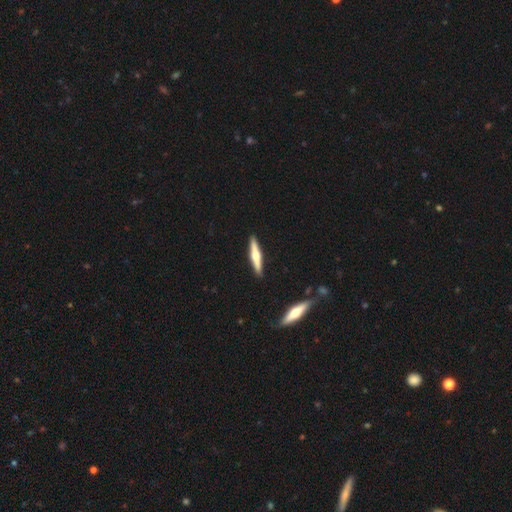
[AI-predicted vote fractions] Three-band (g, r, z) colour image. It shows a featured or disk galaxy (60%) viewed edge-on (97%) with a rounded central bulge (89%). Merging: none (91%).